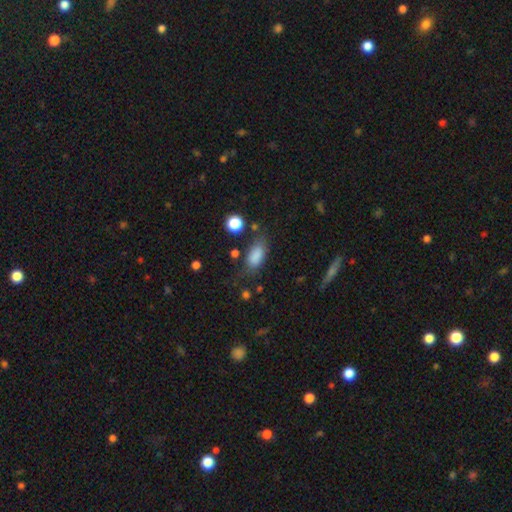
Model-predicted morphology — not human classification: Q: Smooth or featured?
A: smooth (84%); runner-up: star or artifact (9%)
Q: How rounded?
A: in between (88%); runner-up: round (6%)
Q: Merging?
A: none (62%); runner-up: minor disturbance (23%)